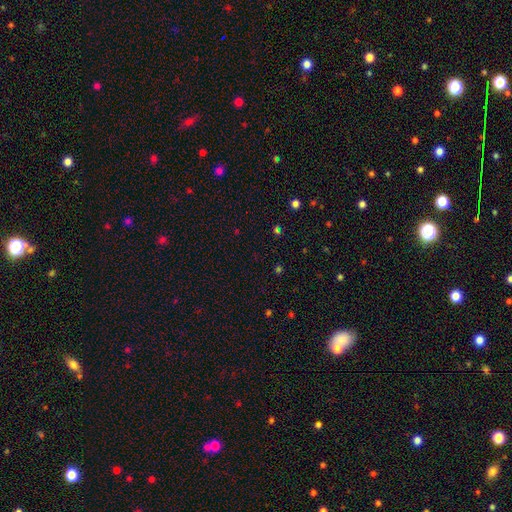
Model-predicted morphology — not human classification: This is possibly a star or artifact rather than a galaxy (58%).